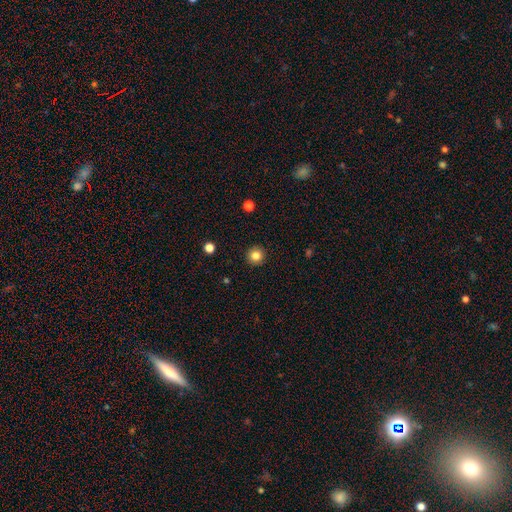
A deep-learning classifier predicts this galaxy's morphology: Smooth or featured?
  - smooth: 83% *
  - star or artifact: 11%
  - featured or disk: 5%
How rounded?
  - round: 95% *
  - in between: 4%
  - cigar-shaped: 1%
Merging?
  - none: 93% *
  - minor disturbance: 4%
  - major disturbance: 2%
  - merger: 1%